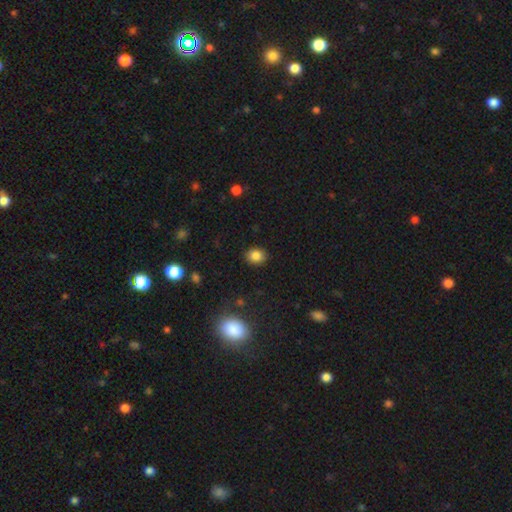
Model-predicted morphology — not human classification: A smooth galaxy with no disk features (84%) that is round (61%). Merging: none (89%).